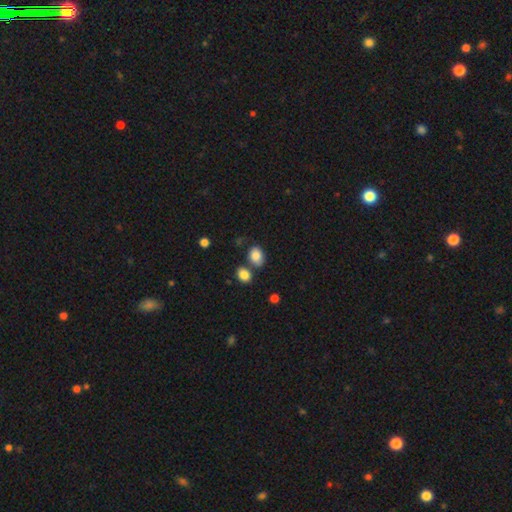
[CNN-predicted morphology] Smooth or featured? smooth (85%)
How rounded? in between (66%)
Merging? none (62%)